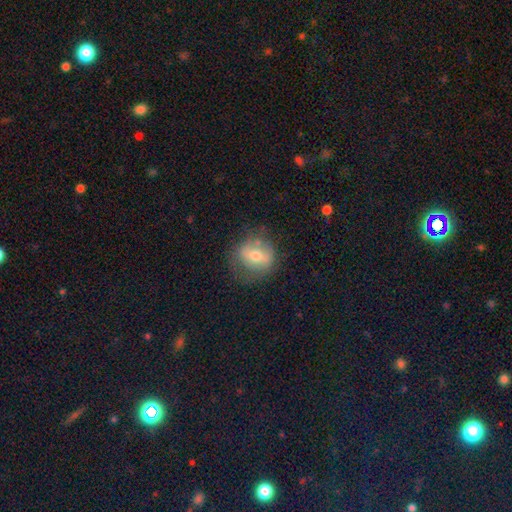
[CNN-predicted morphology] Smooth or featured? smooth (48%)
Merging? none (68%)